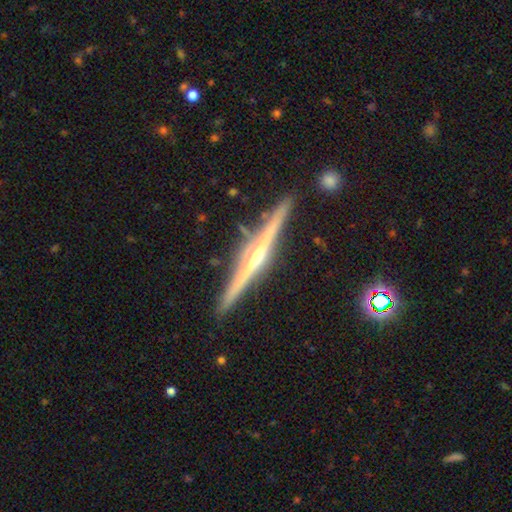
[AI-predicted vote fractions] Smooth or featured?
  - featured or disk: 84% *
  - smooth: 11%
  - star or artifact: 6%
Edge-on disk?
  - yes: 99% *
  - no: 1%
Edge-on bulge?
  - rounded: 81% *
  - none: 13%
  - boxy: 6%
Merging?
  - none: 91% *
  - minor disturbance: 6%
  - merger: 1%
  - major disturbance: 1%